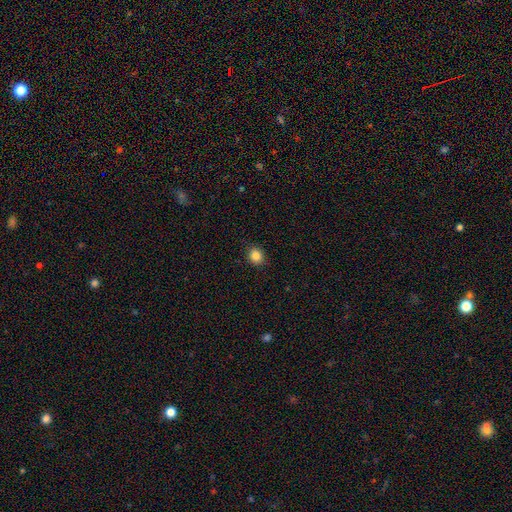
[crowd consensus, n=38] Morphology: type=smooth (87%); roundness=round (82%); merging=none (97%).